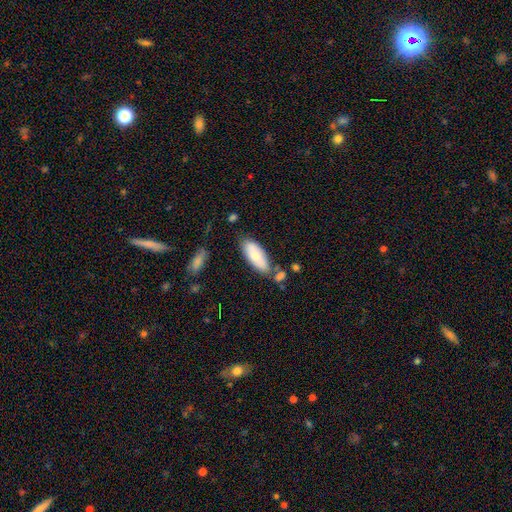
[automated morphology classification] A smooth galaxy with no disk features (71%) that is in between round and cigar-shaped (79%). Merging: none (66%).